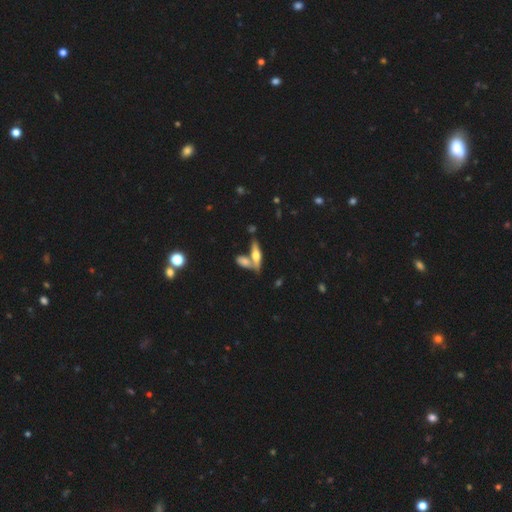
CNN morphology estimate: A featured or disk galaxy (48%).

Vote fractions:
- Smooth or featured? featured or disk: 48% / smooth: 44% / star or artifact: 8%
- Merging? none: 54% / merger: 33% / minor disturbance: 10% / major disturbance: 3%